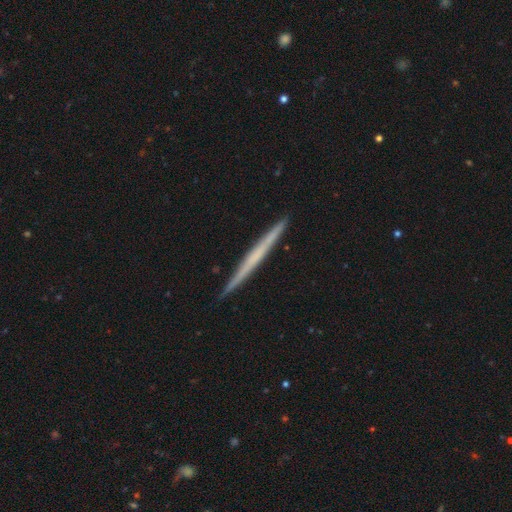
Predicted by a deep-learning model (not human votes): A featured or disk galaxy (57%) viewed edge-on (98%) with no central bulge (87%).

Vote fractions:
- Smooth or featured? featured or disk: 57% / smooth: 37% / star or artifact: 5%
- Edge-on disk? yes: 98% / no: 2%
- Edge-on bulge? none: 87% / rounded: 9% / boxy: 4%
- Merging? none: 92% / minor disturbance: 6% / major disturbance: 1% / merger: 1%